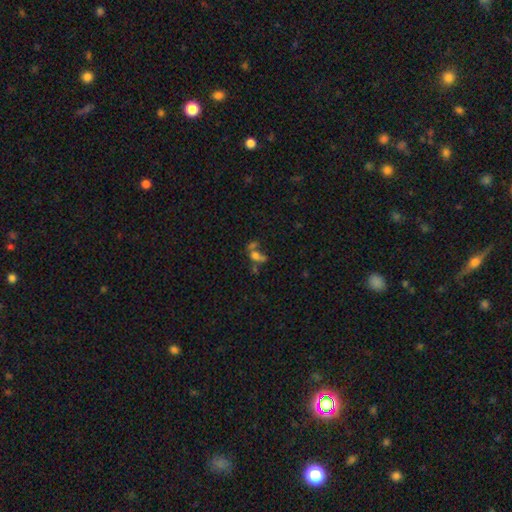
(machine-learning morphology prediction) type=smooth (50%); roundness=in between (61%); merging=merger (45%).